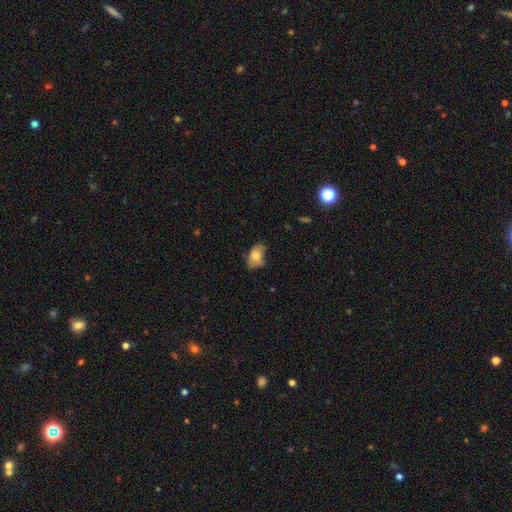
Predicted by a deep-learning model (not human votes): smooth-or-featured: smooth: 74% | featured or disk: 18% | star or artifact: 8%
  how-rounded: in between: 87% | round: 11% | cigar-shaped: 2%
  merging: none: 49% | minor disturbance: 37% | major disturbance: 11% | merger: 3%